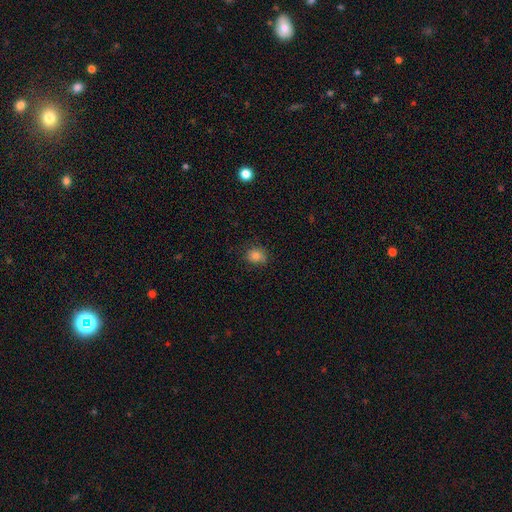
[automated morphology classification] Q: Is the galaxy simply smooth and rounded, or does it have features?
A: smooth — 82%.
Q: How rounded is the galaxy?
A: round — 65%.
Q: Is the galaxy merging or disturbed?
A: none — 77%.